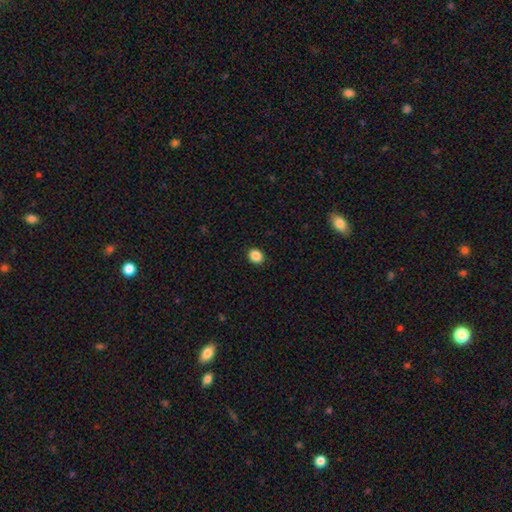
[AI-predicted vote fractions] Smooth or featured: smooth — 87% (star or artifact — 10%)
How rounded: round — 60% (in between — 39%)
Merging: none — 91% (minor disturbance — 6%)